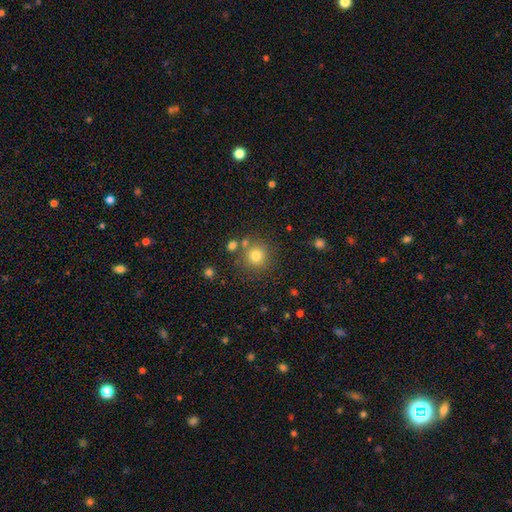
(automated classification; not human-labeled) Morphology: type=smooth (78%); roundness=round (93%); merging=none (77%).